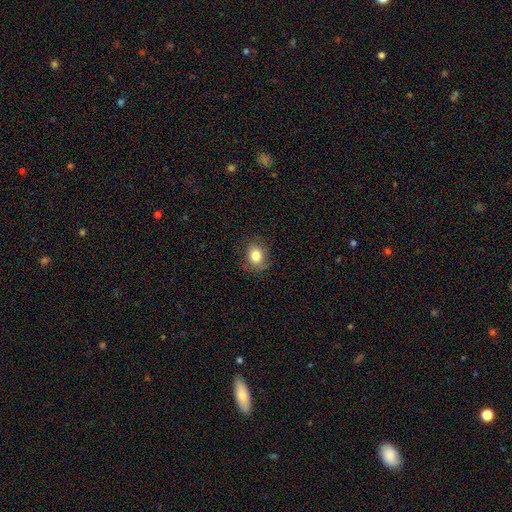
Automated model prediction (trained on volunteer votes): A smooth galaxy with no disk features (81%) that is round (63%). Merging: none (78%).